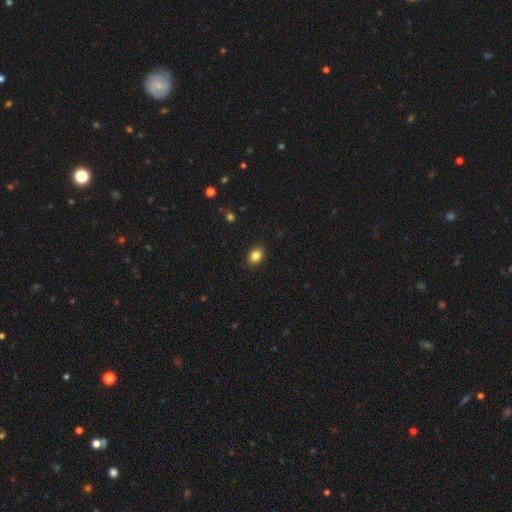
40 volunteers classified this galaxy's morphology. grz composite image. It shows a smooth galaxy with no disk features (98%) that is in between round and cigar-shaped (54%). Merging: none (85%).